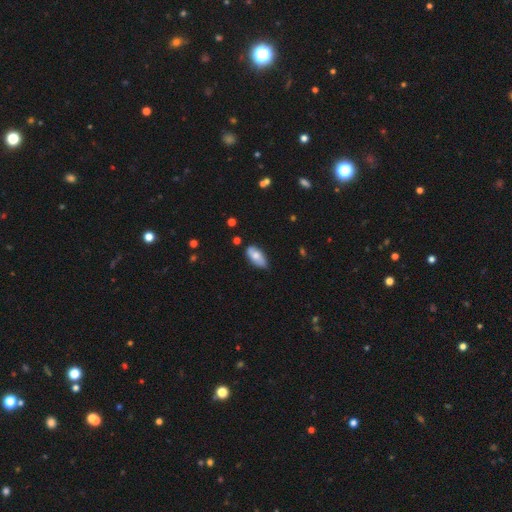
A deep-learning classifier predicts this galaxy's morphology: Smooth or featured: smooth — 71% (featured or disk — 22%)
How rounded: in between — 91% (cigar-shaped — 7%)
Merging: none — 75% (minor disturbance — 20%)